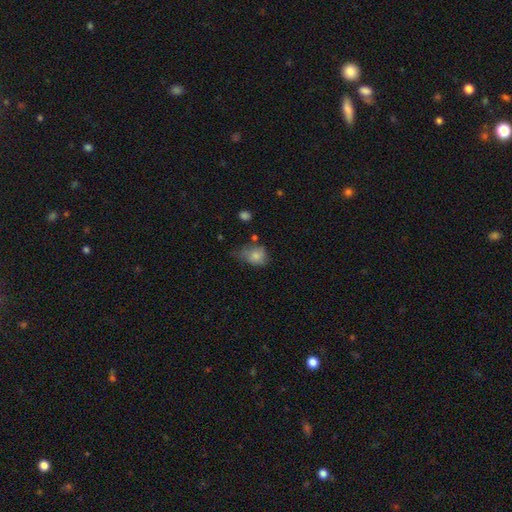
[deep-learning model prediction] Smooth or featured?
  - smooth: 78% *
  - featured or disk: 13%
  - star or artifact: 9%
How rounded?
  - in between: 61% *
  - round: 38%
  - cigar-shaped: 1%
Merging?
  - minor disturbance: 40% *
  - none: 36%
  - major disturbance: 19%
  - merger: 5%